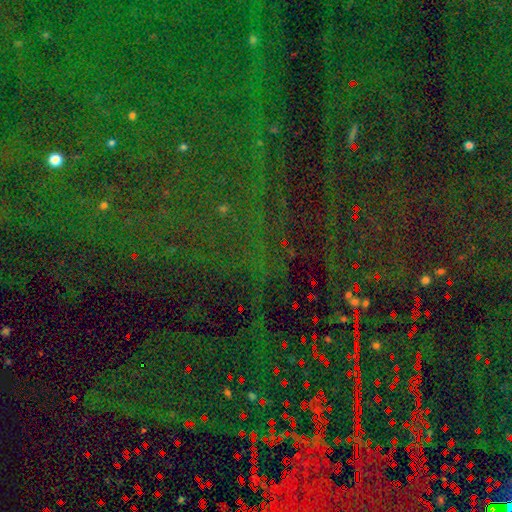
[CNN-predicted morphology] Overall: star or artifact (88%).